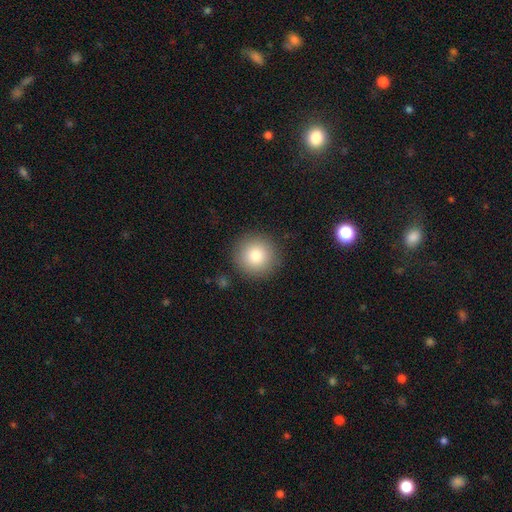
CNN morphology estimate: smooth-or-featured: smooth: 80% | star or artifact: 10% | featured or disk: 10%
  how-rounded: round: 95% | in between: 4% | cigar-shaped: 1%
  merging: none: 90% | minor disturbance: 7% | major disturbance: 2% | merger: 1%